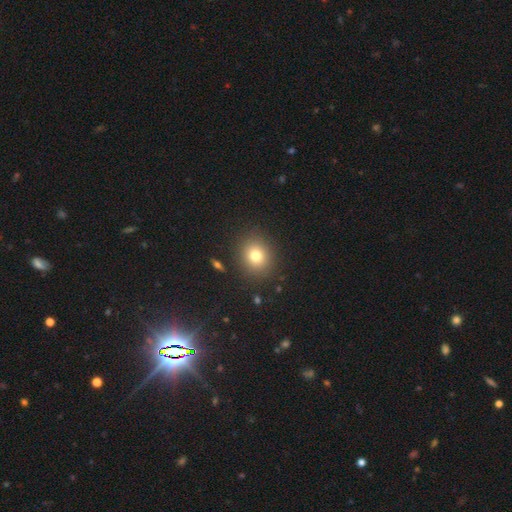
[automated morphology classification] Overall: smooth (78%). How rounded: round (79%). Merging: none (89%).